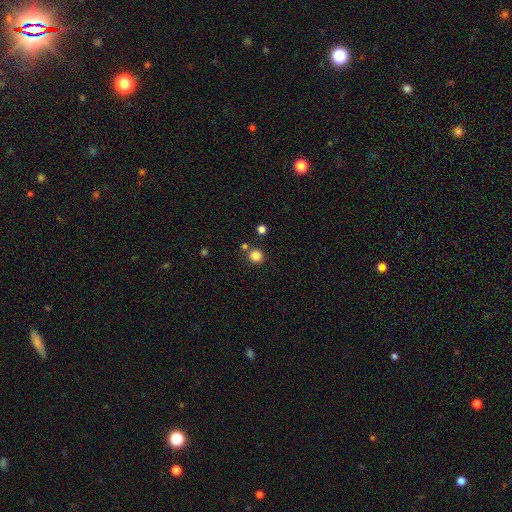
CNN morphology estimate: Smooth or featured? Predicted: smooth (p=0.83). How rounded? Predicted: round (p=0.94). Merging? Predicted: none (p=0.80).